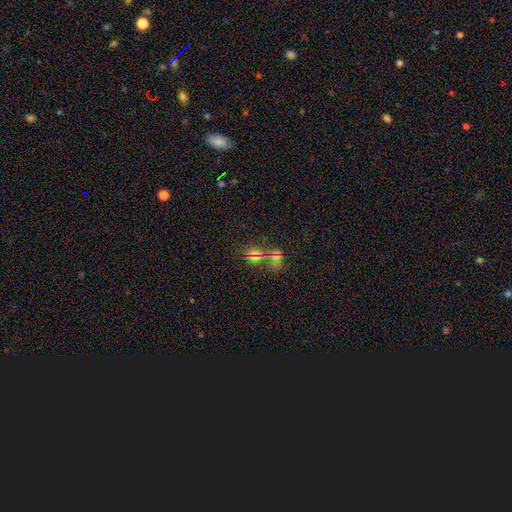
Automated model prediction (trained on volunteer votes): A star or artifact, not a galaxy (61%).